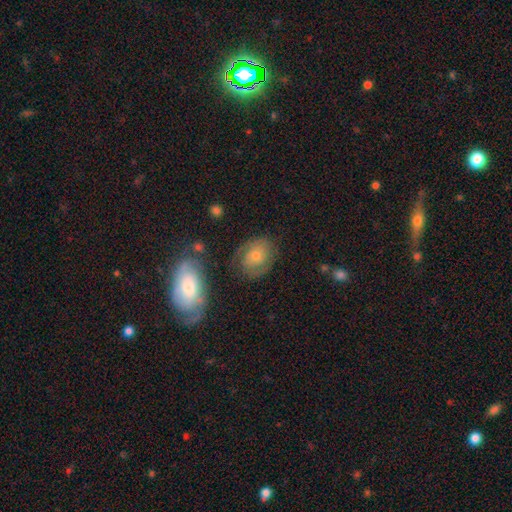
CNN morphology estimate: This is possibly a featured or disk galaxy (50%). It is clearly not viewed edge-on (96%). Merging: likely none (71%).